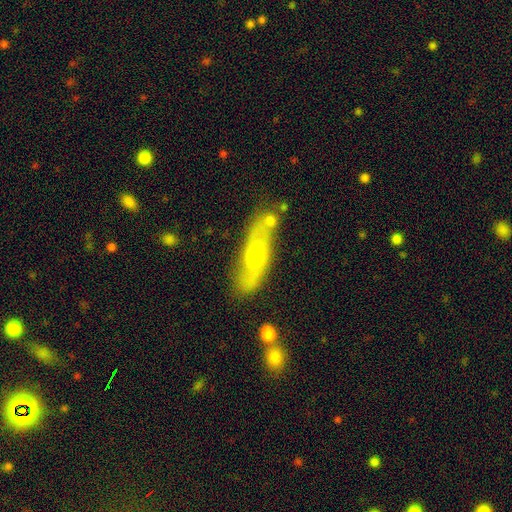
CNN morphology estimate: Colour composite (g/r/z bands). It shows a featured or disk galaxy (51%). Merging: none (67%).